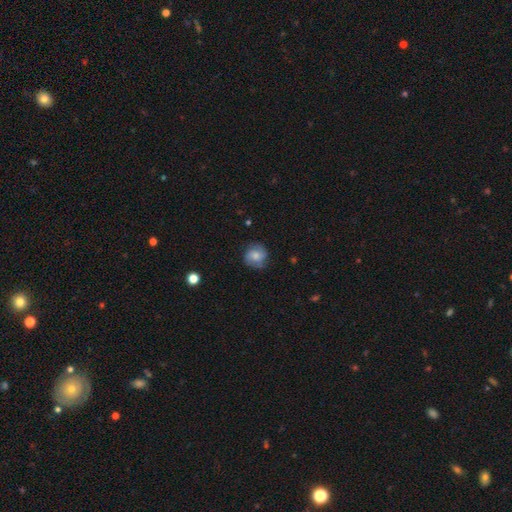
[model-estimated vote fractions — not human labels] This is possibly a smooth galaxy (49%). Merging: likely none (78%).